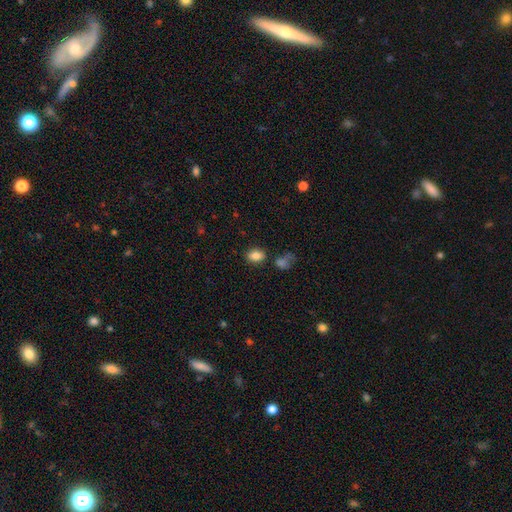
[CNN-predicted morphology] Smooth or featured: smooth — 84% (star or artifact — 10%)
How rounded: in between — 77% (round — 21%)
Merging: none — 76% (minor disturbance — 12%)